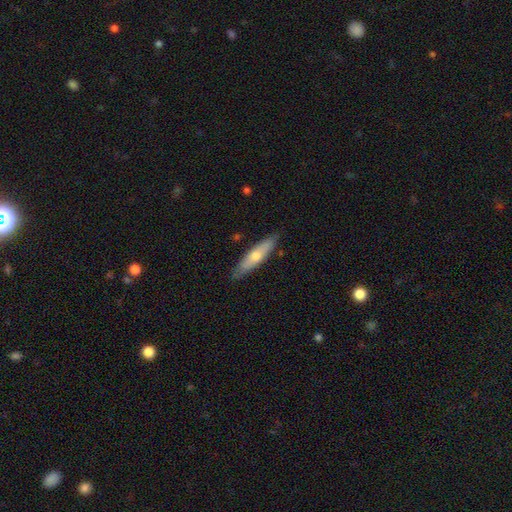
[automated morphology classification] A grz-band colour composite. It shows a smooth galaxy with no disk features (51%) that is cigar-shaped (75%). Merging: none (86%).